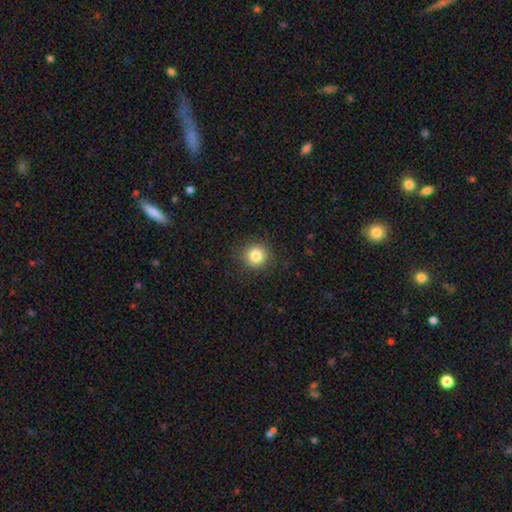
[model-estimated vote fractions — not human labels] smooth_or_featured: smooth (p=0.83) [alt: star or artifact p=0.11]
how_rounded: round (p=0.93) [alt: in between p=0.06]
merging: none (p=0.89) [alt: minor disturbance p=0.07]